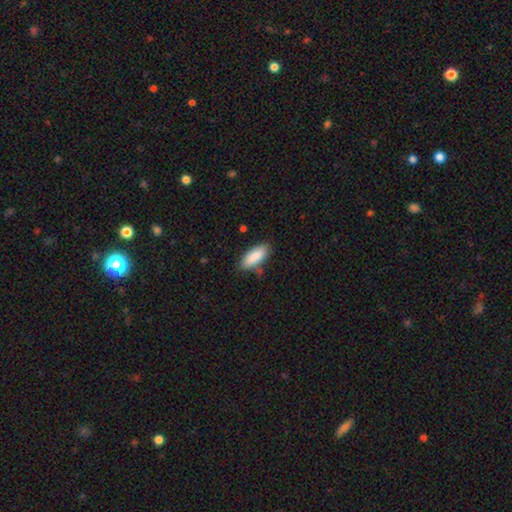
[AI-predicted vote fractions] smooth-or-featured: smooth: 88% | star or artifact: 6% | featured or disk: 6%
  how-rounded: in between: 75% | cigar-shaped: 23% | round: 2%
  merging: none: 77% | minor disturbance: 17% | major disturbance: 3% | merger: 3%